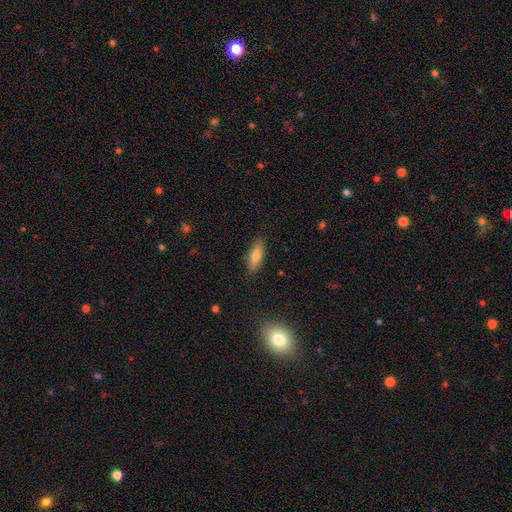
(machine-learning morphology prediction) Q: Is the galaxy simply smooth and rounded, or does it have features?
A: smooth — 74%.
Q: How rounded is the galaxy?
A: in between — 59%.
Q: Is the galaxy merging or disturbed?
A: none — 87%.